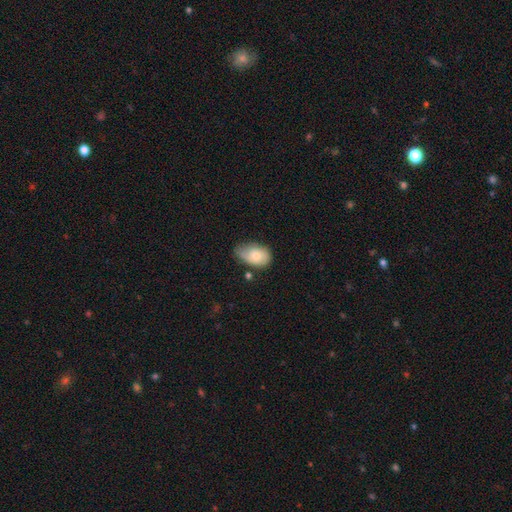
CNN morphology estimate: A smooth galaxy with no disk features (68%) that is in between round and cigar-shaped (88%).

Vote fractions:
- Smooth or featured? smooth: 68% / featured or disk: 25% / star or artifact: 7%
- How rounded? in between: 88% / round: 11% / cigar-shaped: 1%
- Merging? none: 42% / minor disturbance: 40% / major disturbance: 13% / merger: 5%